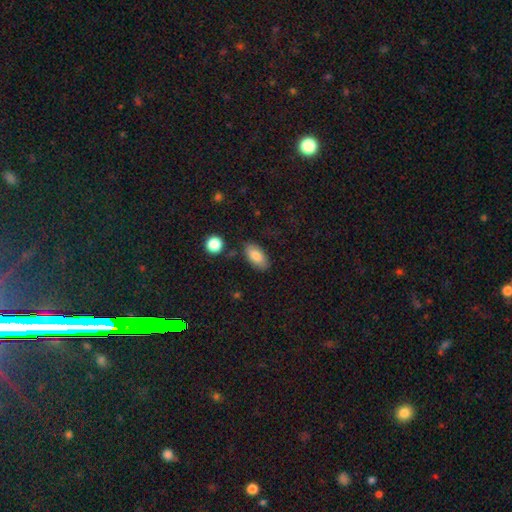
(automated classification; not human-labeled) Smooth or featured?
  - smooth: 83% *
  - featured or disk: 10%
  - star or artifact: 7%
How rounded?
  - in between: 92% *
  - cigar-shaped: 5%
  - round: 4%
Merging?
  - none: 80% *
  - minor disturbance: 13%
  - merger: 3%
  - major disturbance: 3%